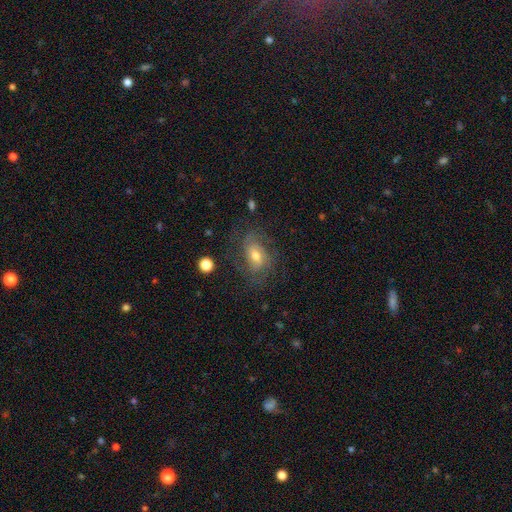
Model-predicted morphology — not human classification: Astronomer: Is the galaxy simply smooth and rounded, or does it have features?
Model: featured or disk — 67%.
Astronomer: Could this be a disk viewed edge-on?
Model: no — 95%.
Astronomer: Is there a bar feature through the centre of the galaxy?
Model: no — 49% (runner-up: weak, 41%).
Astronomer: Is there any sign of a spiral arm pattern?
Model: yes — 86%.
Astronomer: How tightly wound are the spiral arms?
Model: medium — 41% (runner-up: tight, 40%).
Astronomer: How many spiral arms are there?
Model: can't tell — 37% (runner-up: 2, 34%).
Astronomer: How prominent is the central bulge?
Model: moderate — 66%.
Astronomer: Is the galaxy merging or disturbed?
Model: none — 65%.